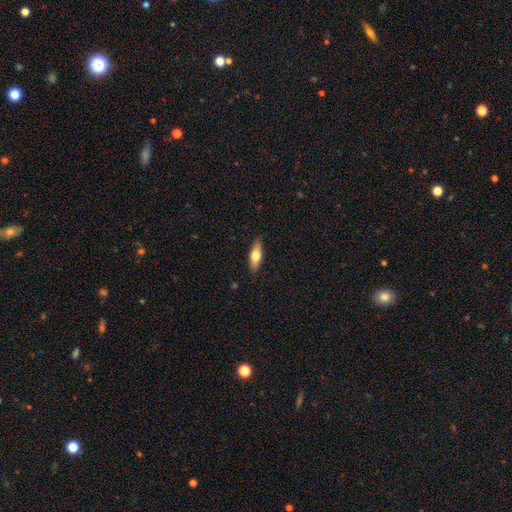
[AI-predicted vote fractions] smooth_or_featured: smooth (p=0.67) [alt: featured or disk p=0.27]
how_rounded: in between (p=0.65) [alt: cigar-shaped p=0.32]
merging: none (p=0.86) [alt: minor disturbance p=0.11]